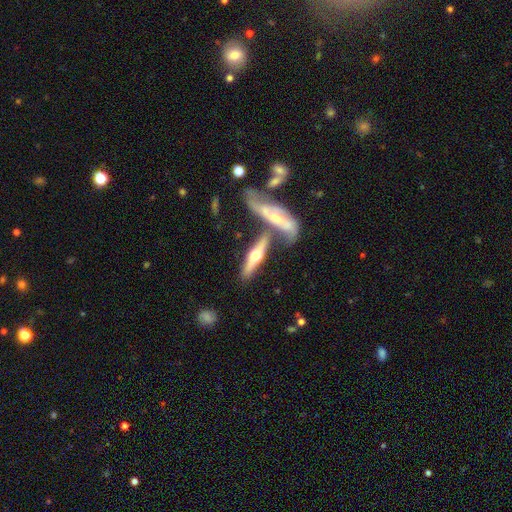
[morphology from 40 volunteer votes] smooth-or-featured: featured or disk: 72% | smooth: 22% | star or artifact: 5%
  disk-edge-on: yes: 97% | no: 3%
    edge-on-bulge: rounded: 93% | boxy: 4% | none: 4%
  merging: none: 55% | merger: 34% | major disturbance: 8% | minor disturbance: 3%